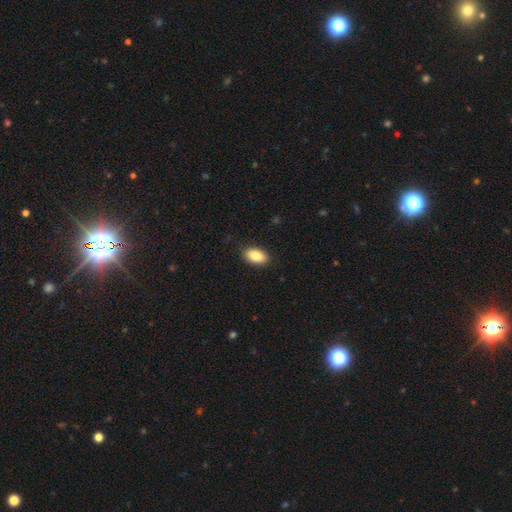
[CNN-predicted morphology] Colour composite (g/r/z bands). It shows a smooth galaxy with no disk features (87%) that is in between round and cigar-shaped (93%). Merging: none (88%).